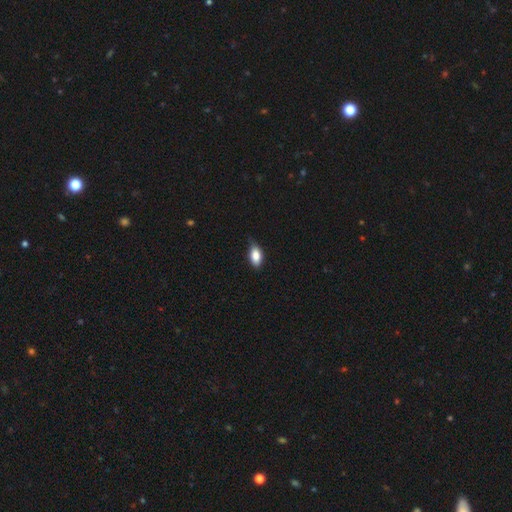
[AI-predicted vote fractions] This is clearly a smooth galaxy (83%). How rounded: clearly in between (89%). Merging: likely none (70%).